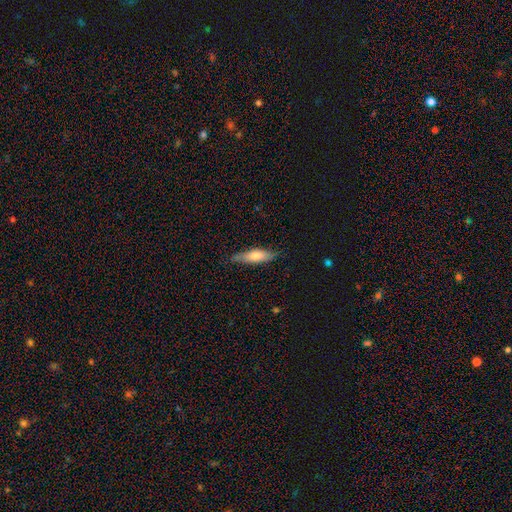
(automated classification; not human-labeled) smooth 61%, featured or disk 33%, star or artifact 6%. Down the decision tree: how rounded — cigar-shaped (66%); merging — none (78%).